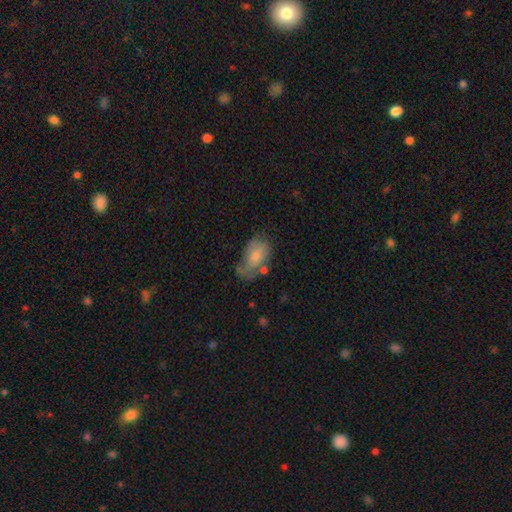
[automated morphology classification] type=smooth (65%); roundness=in between (90%); merging=none (37%).